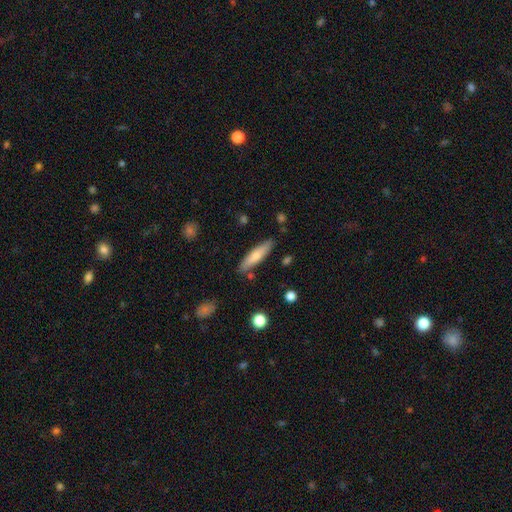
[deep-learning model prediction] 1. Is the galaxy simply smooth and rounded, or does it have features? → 68% smooth, 26% featured or disk, 6% star or artifact.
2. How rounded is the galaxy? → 76% cigar-shaped, 23% in between, 2% round.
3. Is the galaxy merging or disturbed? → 84% none, 11% minor disturbance, 3% merger, 2% major disturbance.